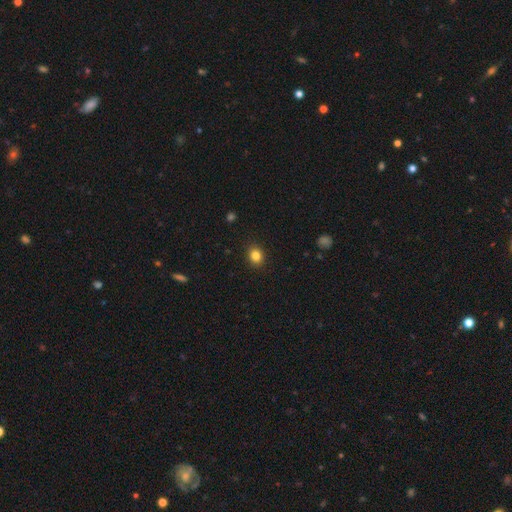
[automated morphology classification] smooth-or-featured: smooth: 83% | star or artifact: 11% | featured or disk: 5%
  how-rounded: round: 64% | in between: 36% | cigar-shaped: 1%
  merging: none: 90% | minor disturbance: 7% | major disturbance: 2% | merger: 1%